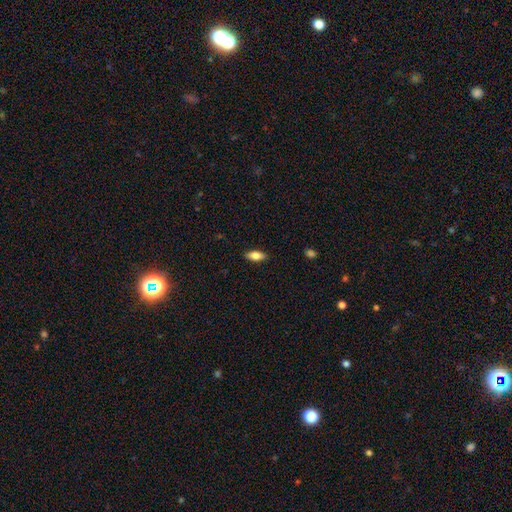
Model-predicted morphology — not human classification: A smooth galaxy with no disk features (78%) that is in between round and cigar-shaped (81%).

Vote fractions:
- Smooth or featured? smooth: 78% / featured or disk: 15% / star or artifact: 7%
- How rounded? in between: 81% / cigar-shaped: 16% / round: 3%
- Merging? none: 88% / minor disturbance: 9% / major disturbance: 2% / merger: 1%